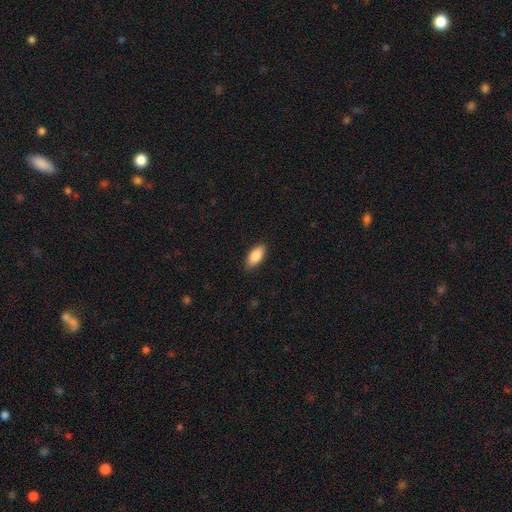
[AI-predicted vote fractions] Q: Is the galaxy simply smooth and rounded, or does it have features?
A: smooth — 85%.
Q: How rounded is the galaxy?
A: in between — 88%.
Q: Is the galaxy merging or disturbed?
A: none — 87%.